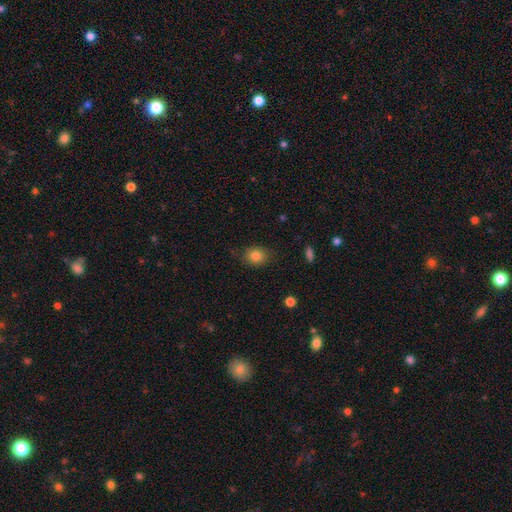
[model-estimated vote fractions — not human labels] smooth_or_featured: smooth (p=0.82) [alt: star or artifact p=0.10]
how_rounded: round (p=0.60) [alt: in between p=0.39]
merging: none (p=0.83) [alt: minor disturbance p=0.13]